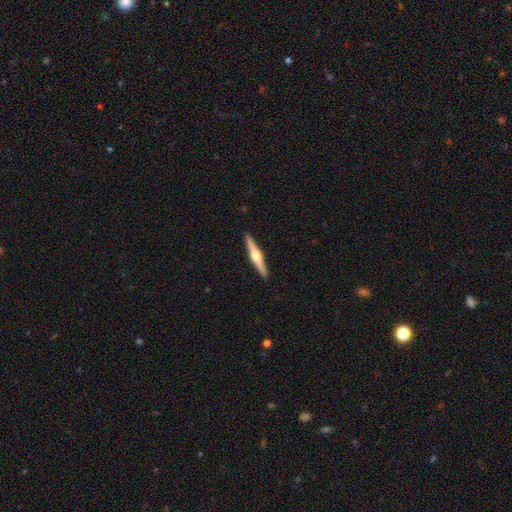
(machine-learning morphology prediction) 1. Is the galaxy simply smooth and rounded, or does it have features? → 75% featured or disk, 21% smooth, 5% star or artifact.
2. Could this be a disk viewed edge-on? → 98% yes, 2% no.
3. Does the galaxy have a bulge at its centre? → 94% rounded, 4% boxy, 2% none.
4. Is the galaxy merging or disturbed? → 92% none, 6% minor disturbance, 1% major disturbance, 1% merger.